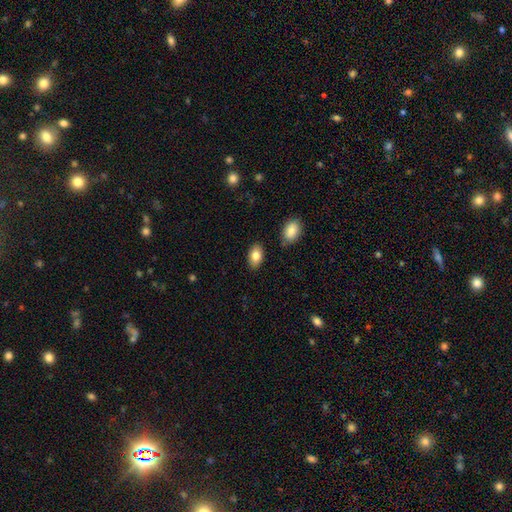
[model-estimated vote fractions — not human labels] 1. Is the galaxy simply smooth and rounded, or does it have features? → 82% smooth, 11% featured or disk, 7% star or artifact.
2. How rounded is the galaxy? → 92% in between, 7% round, 2% cigar-shaped.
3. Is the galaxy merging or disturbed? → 86% none, 10% minor disturbance, 3% merger, 2% major disturbance.